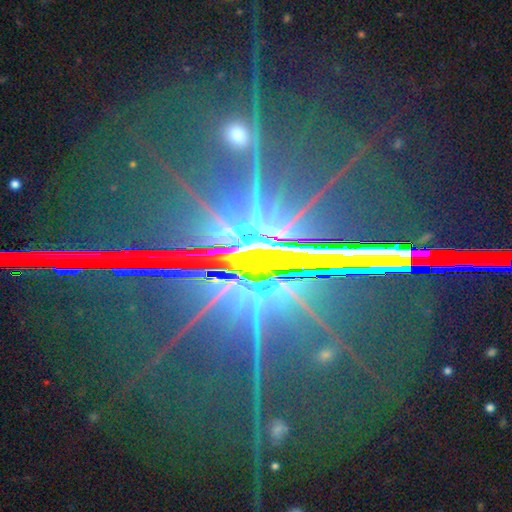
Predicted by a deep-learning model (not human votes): smooth_or_featured: star or artifact (p=0.79) [alt: featured or disk p=0.15]